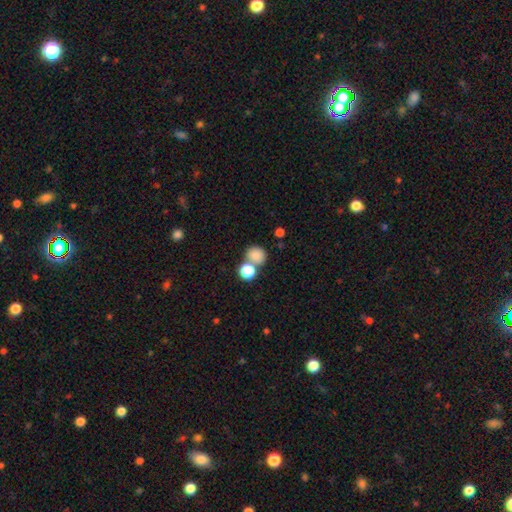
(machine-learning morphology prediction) A smooth galaxy with no disk features (82%) that is round (81%). Merging: none (53%).